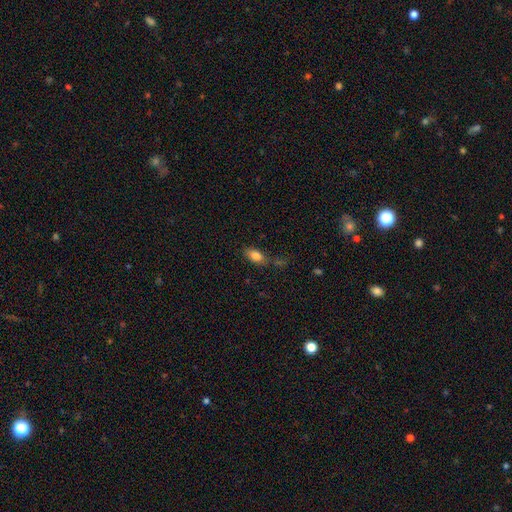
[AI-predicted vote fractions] smooth 82%, featured or disk 9%, star or artifact 9%. Down the decision tree: how rounded — in between (87%); merging — none (62%).